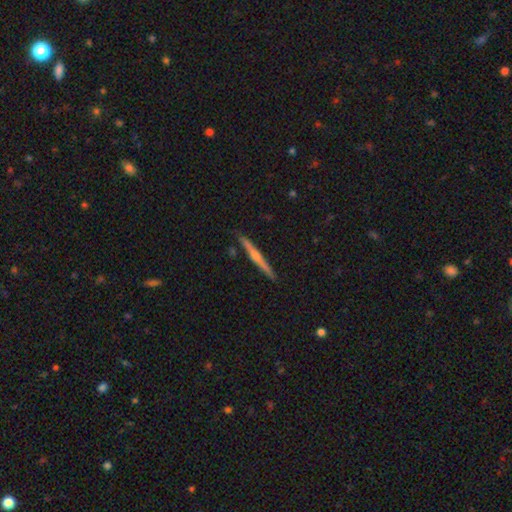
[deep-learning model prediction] smooth_or_featured: featured or disk (p=0.74) [alt: smooth p=0.19]
disk_edge_on: yes (p=0.98) [alt: no p=0.02]
edge_on_bulge: rounded (p=0.80) [alt: none p=0.15]
merging: none (p=0.90) [alt: minor disturbance p=0.07]